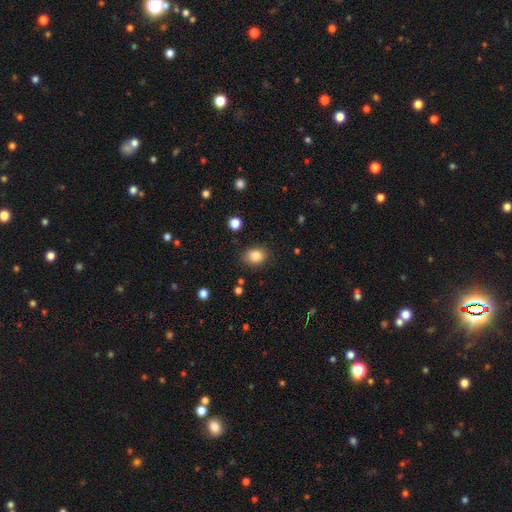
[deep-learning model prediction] Smooth or featured? Predicted: smooth (p=0.85). How rounded? Predicted: in between (p=0.56). Merging? Predicted: none (p=0.83).